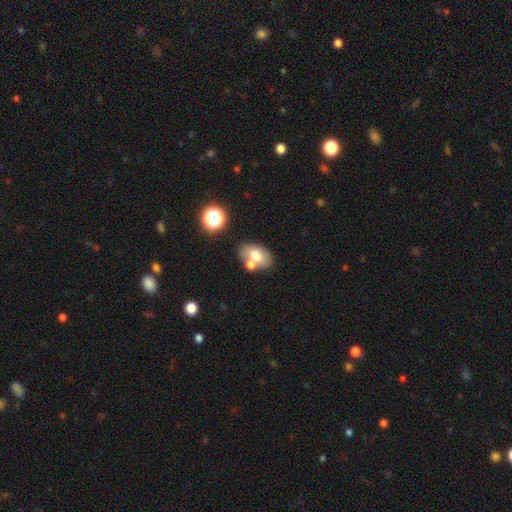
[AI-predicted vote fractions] Smooth or featured? Predicted: smooth (p=0.70). How rounded? Predicted: in between (p=0.86). Merging? Predicted: none (p=0.56).